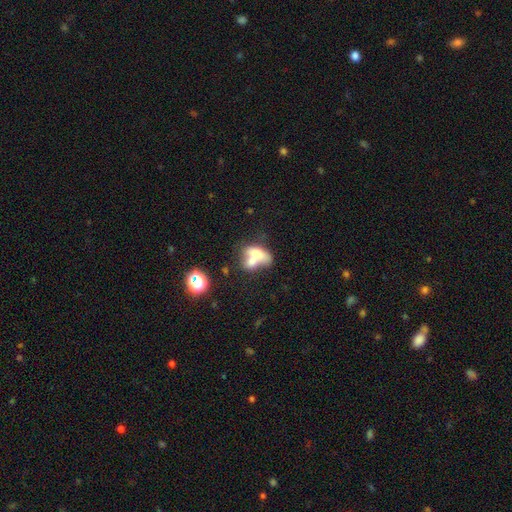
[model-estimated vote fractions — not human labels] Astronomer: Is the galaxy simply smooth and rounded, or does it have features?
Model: smooth — 62%.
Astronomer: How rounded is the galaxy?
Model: in between — 79%.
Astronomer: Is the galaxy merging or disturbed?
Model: merger — 64%.